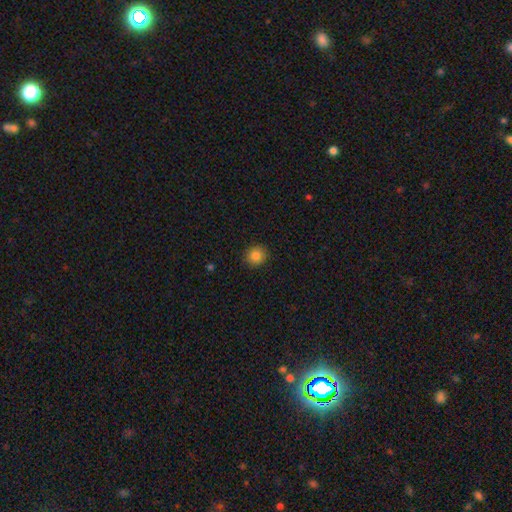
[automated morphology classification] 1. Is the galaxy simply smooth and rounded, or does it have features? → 83% smooth, 11% star or artifact, 6% featured or disk.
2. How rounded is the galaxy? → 86% round, 13% in between, 1% cigar-shaped.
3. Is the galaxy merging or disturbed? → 90% none, 7% minor disturbance, 2% major disturbance, 1% merger.